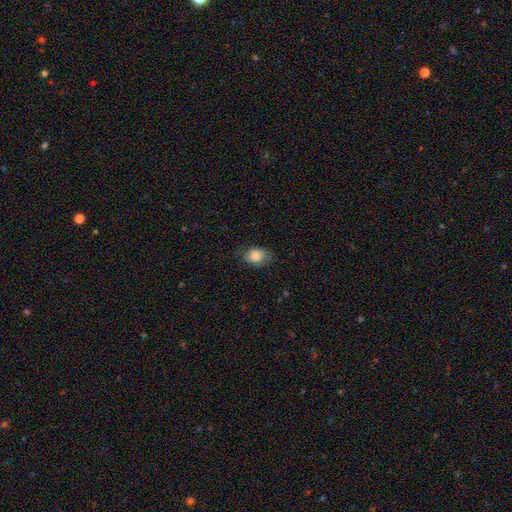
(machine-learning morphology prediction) smooth-or-featured: smooth: 86% | star or artifact: 8% | featured or disk: 6%
  how-rounded: in between: 73% | round: 26% | cigar-shaped: 1%
  merging: none: 71% | minor disturbance: 22% | major disturbance: 6% | merger: 1%